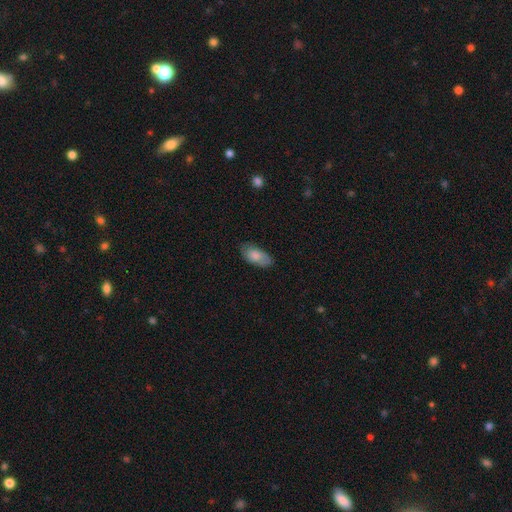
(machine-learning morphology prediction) Smooth or featured? smooth (76%)
How rounded? in between (92%)
Merging? none (72%)